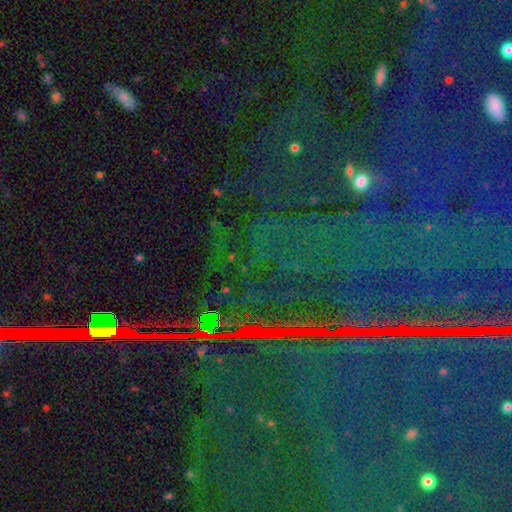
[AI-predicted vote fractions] Smooth or featured? Predicted: star or artifact (p=0.86).